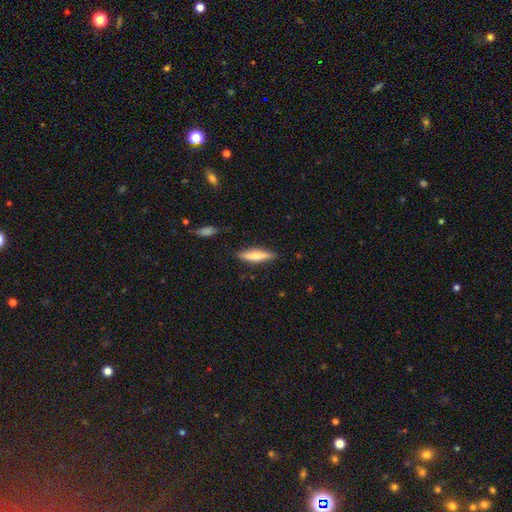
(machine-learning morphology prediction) Smooth or featured?
  - smooth: 70% *
  - featured or disk: 24%
  - star or artifact: 6%
How rounded?
  - cigar-shaped: 76% *
  - in between: 22%
  - round: 2%
Merging?
  - none: 87% *
  - minor disturbance: 9%
  - major disturbance: 2%
  - merger: 2%